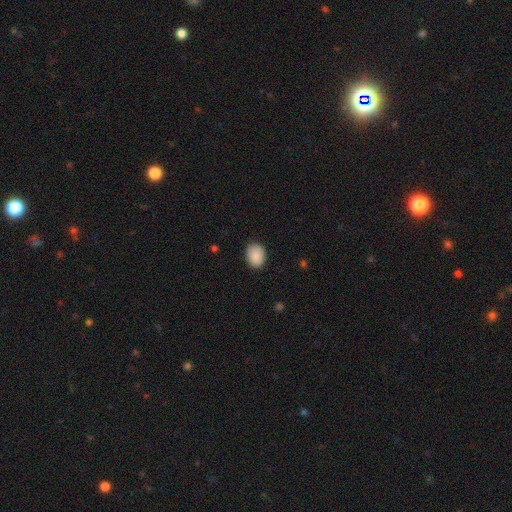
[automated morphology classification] This appears to be a smooth galaxy with no disk features (89%) that is in between round and cigar-shaped (57%). Merging: none (86%).